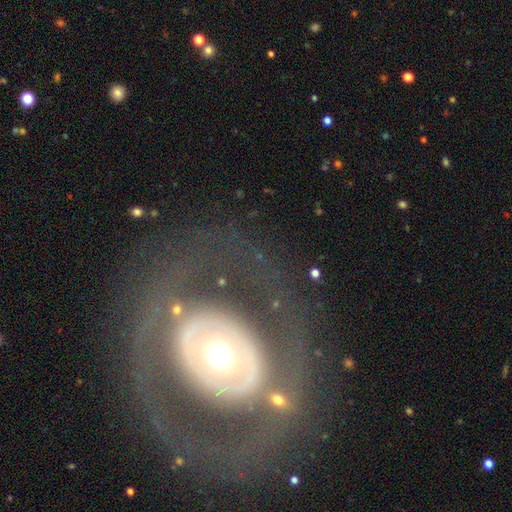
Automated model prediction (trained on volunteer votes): smooth-or-featured: featured or disk: 64% | smooth: 27% | star or artifact: 9%
  disk-edge-on: no: 94% | yes: 6%
    bar: no: 78% | weak: 13% | strong: 9%
    has-spiral-arms: no: 76% | yes: 24%
    bulge-size: moderate: 59% | large: 21% | small: 14% | dominant: 5% | none: 1%
  merging: none: 77% | major disturbance: 11% | minor disturbance: 10% | merger: 2%